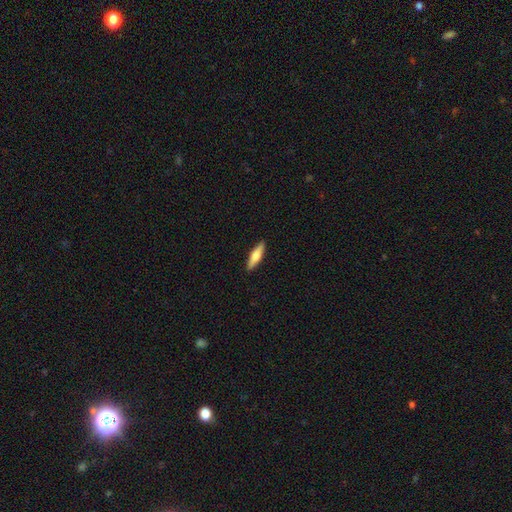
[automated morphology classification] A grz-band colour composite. It shows a smooth galaxy with no disk features (60%) that is cigar-shaped (68%). Merging: none (91%).